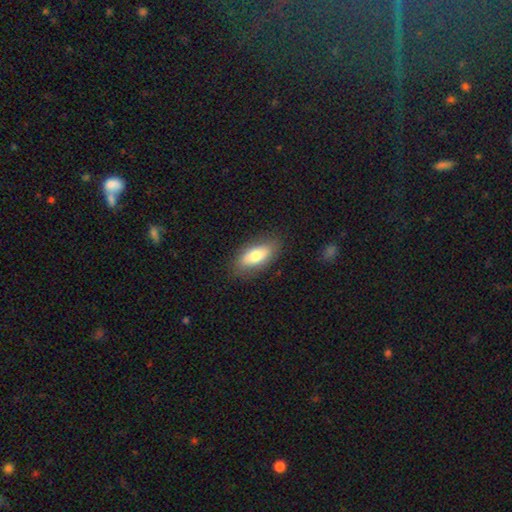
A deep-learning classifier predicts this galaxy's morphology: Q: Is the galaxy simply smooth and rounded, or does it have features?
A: smooth — 74%.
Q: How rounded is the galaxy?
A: in between — 83%.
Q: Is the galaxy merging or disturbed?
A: none — 84%.